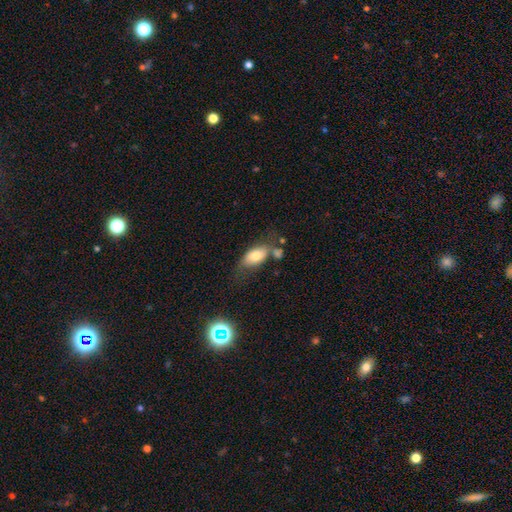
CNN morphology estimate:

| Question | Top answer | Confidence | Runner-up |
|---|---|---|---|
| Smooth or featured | smooth | 73% | featured or disk (18%) |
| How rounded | in between | 90% | cigar-shaped (5%) |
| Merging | none | 47% | minor disturbance (23%) |